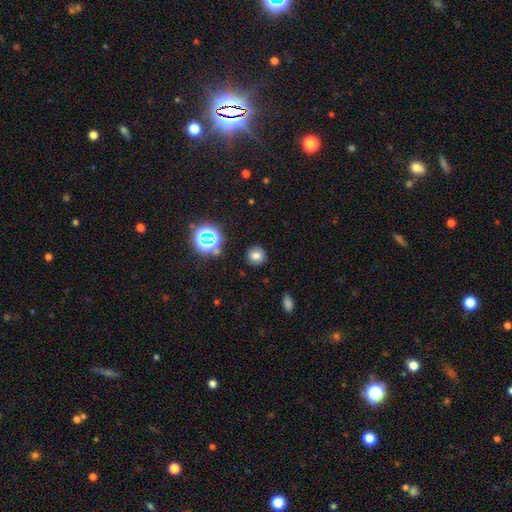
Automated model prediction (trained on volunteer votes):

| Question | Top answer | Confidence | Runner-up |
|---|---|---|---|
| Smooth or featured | smooth | 72% | star or artifact (19%) |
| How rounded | round | 91% | in between (8%) |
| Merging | none | 87% | minor disturbance (8%) |